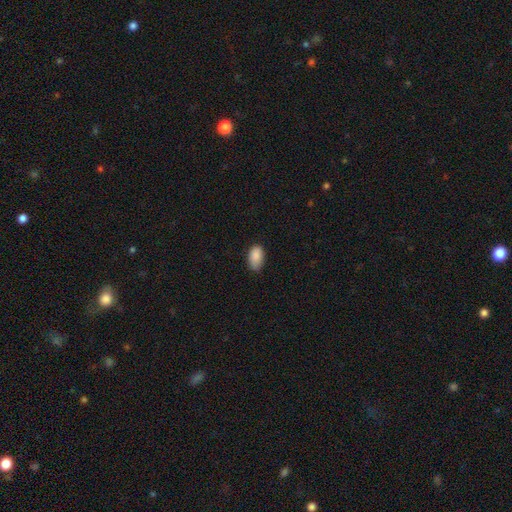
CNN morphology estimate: A smooth galaxy with no disk features (88%) that is in between round and cigar-shaped (93%).

Vote fractions:
- Smooth or featured? smooth: 88% / star or artifact: 8% / featured or disk: 4%
- How rounded? in between: 93% / round: 6% / cigar-shaped: 2%
- Merging? none: 68% / minor disturbance: 27% / major disturbance: 4% / merger: 1%